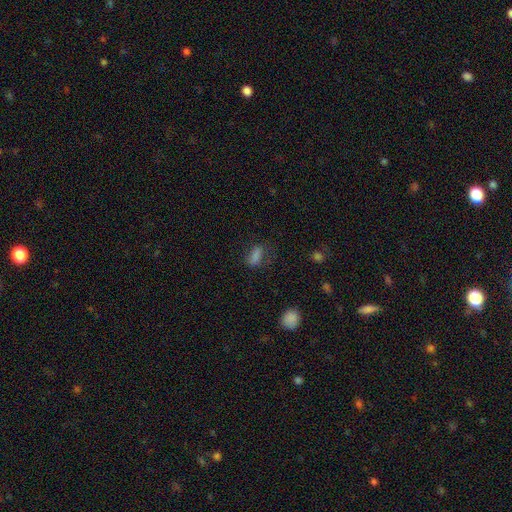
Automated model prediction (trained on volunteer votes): Morphology: type=smooth (74%); roundness=in between (72%); merging=none (66%).